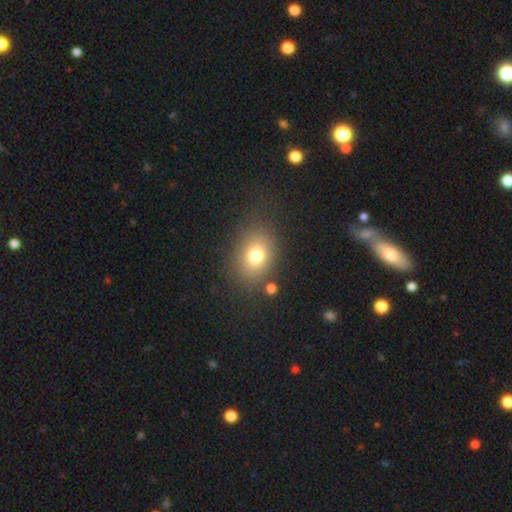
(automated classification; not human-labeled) The model was most divided on "how rounded": in between: 58%, round: 41%, cigar-shaped: 1%. More confident: merging — none (79%); smooth or featured — smooth (75%).